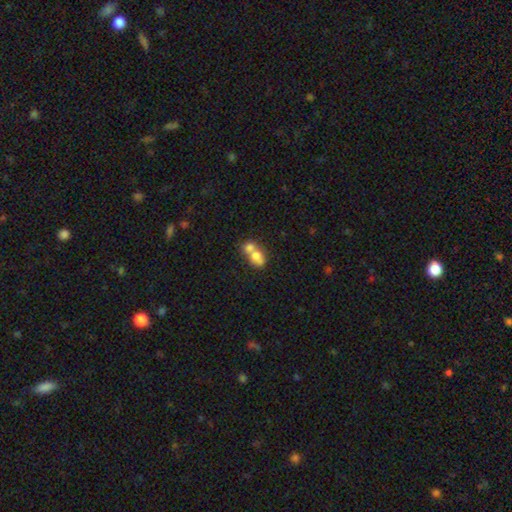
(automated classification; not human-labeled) Overall: smooth (70%). How rounded: in between (53%; round 46%). Merging: merger (72%).